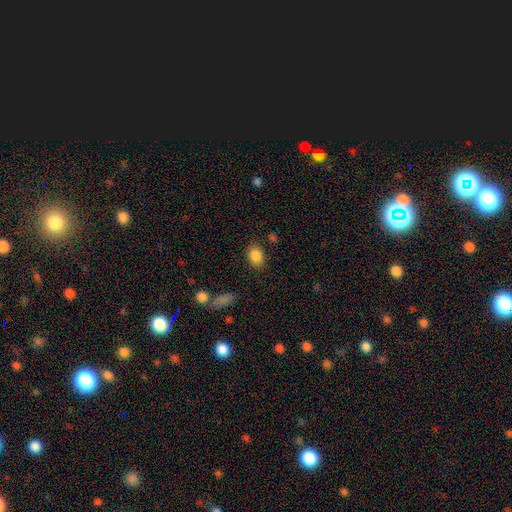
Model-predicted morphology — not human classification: Smooth or featured: smooth — 86% (star or artifact — 9%)
How rounded: in between — 65% (round — 33%)
Merging: none — 82% (minor disturbance — 12%)